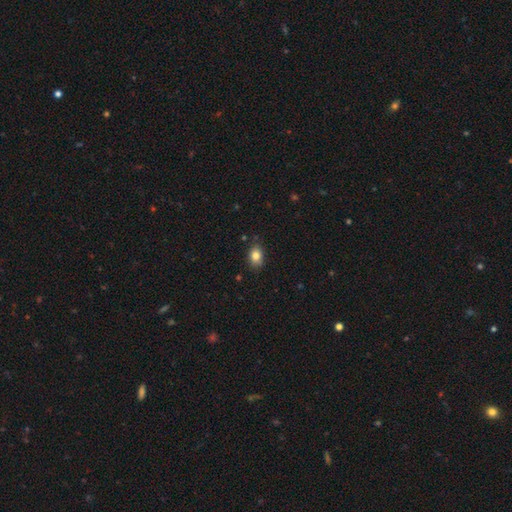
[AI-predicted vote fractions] A smooth galaxy with no disk features (83%) that is in between round and cigar-shaped (77%). Merging: none (82%).